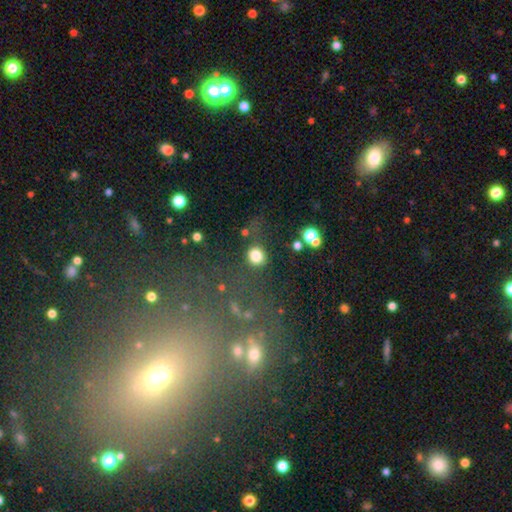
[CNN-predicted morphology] smooth_or_featured: smooth (p=0.80) [alt: star or artifact p=0.12]
how_rounded: round (p=0.83) [alt: in between p=0.16]
merging: none (p=0.76) [alt: minor disturbance p=0.12]